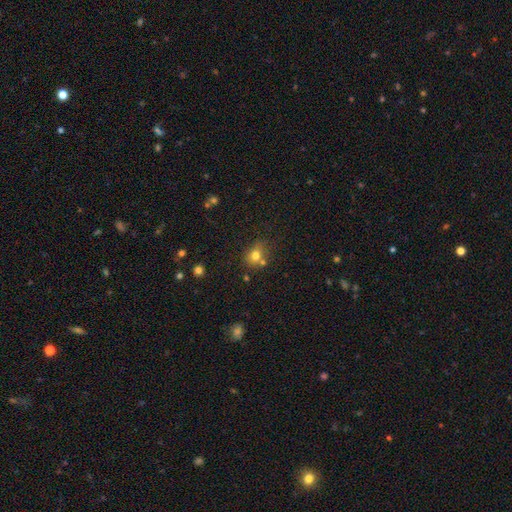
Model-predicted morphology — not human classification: type=smooth (74%); roundness=round (65%); merging=none (54%).